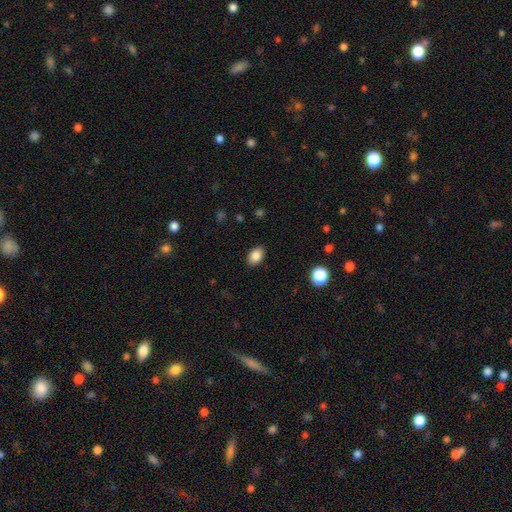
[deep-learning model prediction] Morphology: type=smooth (87%); roundness=in between (82%); merging=none (88%).